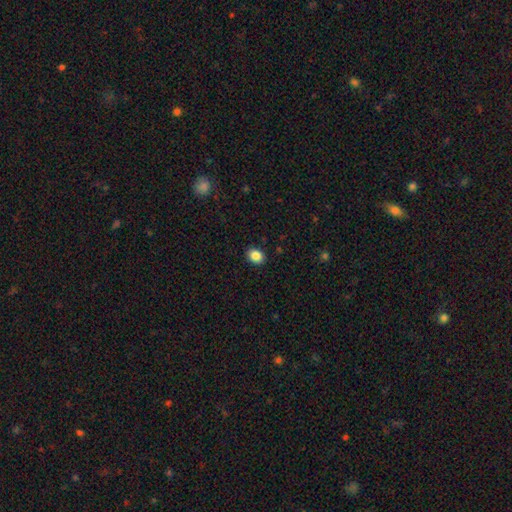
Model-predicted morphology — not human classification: A smooth galaxy with no disk features (87%) that is in between round and cigar-shaped (54%). Merging: none (90%).